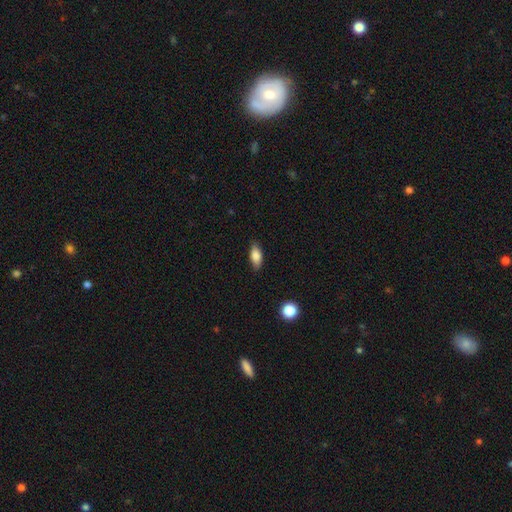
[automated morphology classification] This is clearly a smooth galaxy (83%). How rounded: clearly in between (82%). Merging: clearly none (84%).